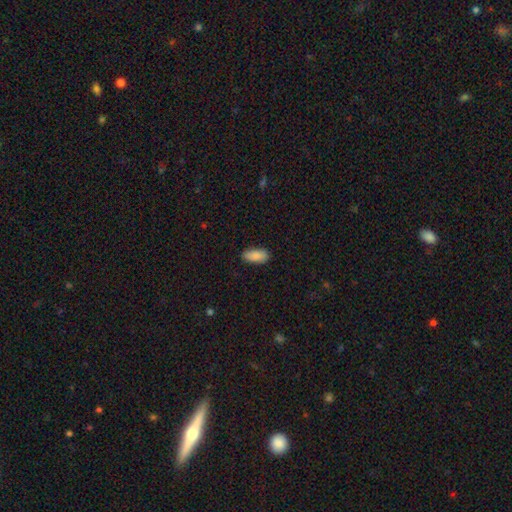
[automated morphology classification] A smooth galaxy with no disk features (89%) that is in between round and cigar-shaped (89%).

Vote fractions:
- Smooth or featured? smooth: 89% / star or artifact: 6% / featured or disk: 5%
- How rounded? in between: 89% / cigar-shaped: 9% / round: 2%
- Merging? none: 87% / minor disturbance: 10% / major disturbance: 2% / merger: 1%